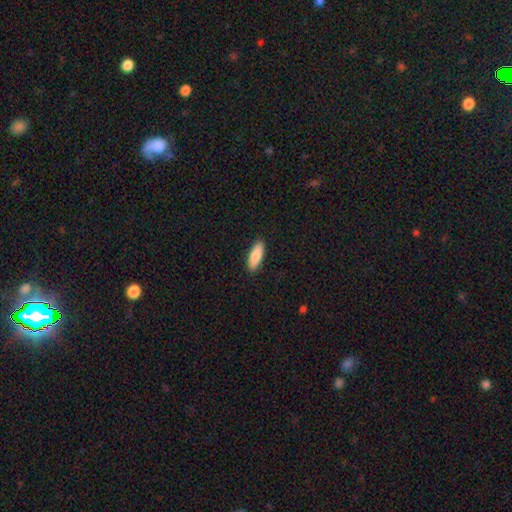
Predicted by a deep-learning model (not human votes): Smooth or featured?
  - smooth: 84% *
  - featured or disk: 10%
  - star or artifact: 6%
How rounded?
  - in between: 56% *
  - cigar-shaped: 42%
  - round: 2%
Merging?
  - none: 90% *
  - minor disturbance: 7%
  - major disturbance: 2%
  - merger: 1%